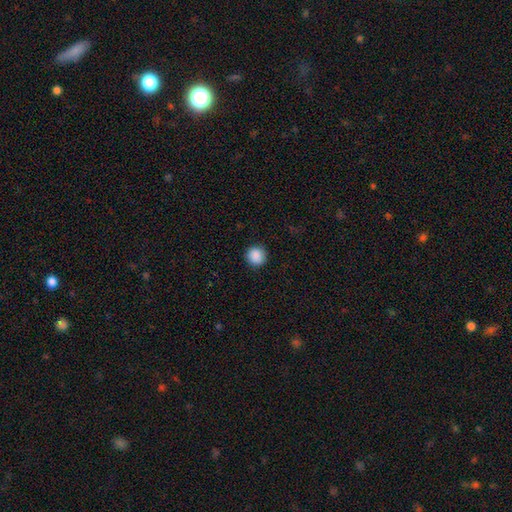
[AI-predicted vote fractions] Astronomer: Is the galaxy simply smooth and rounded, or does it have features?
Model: smooth — 89%.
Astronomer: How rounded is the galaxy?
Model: round — 93%.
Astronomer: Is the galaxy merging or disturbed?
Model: none — 91%.